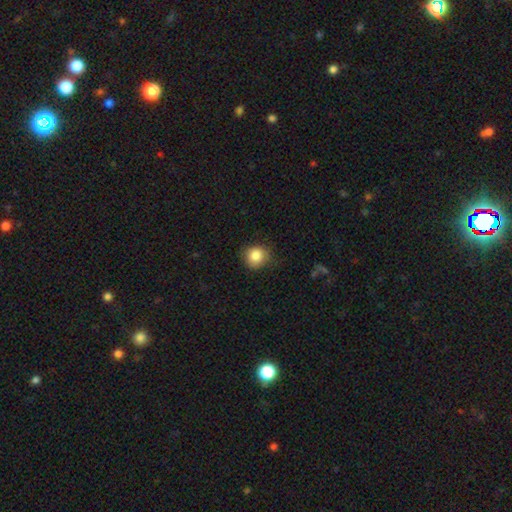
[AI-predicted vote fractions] Q: Smooth or featured?
A: smooth (85%); runner-up: star or artifact (9%)
Q: How rounded?
A: round (87%); runner-up: in between (12%)
Q: Merging?
A: none (80%); runner-up: minor disturbance (16%)